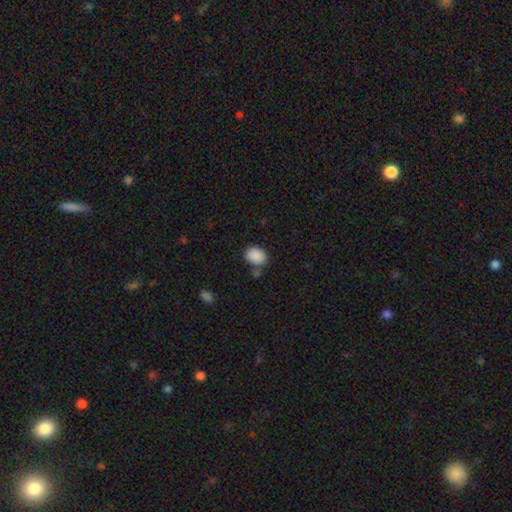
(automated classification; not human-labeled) smooth-or-featured: smooth: 89% | star or artifact: 8% | featured or disk: 3%
  how-rounded: in between: 65% | round: 34% | cigar-shaped: 1%
  merging: none: 72% | minor disturbance: 14% | merger: 9% | major disturbance: 4%